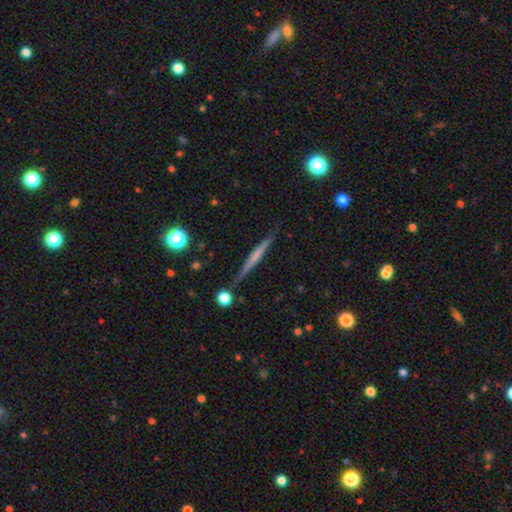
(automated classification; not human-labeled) This appears to be a featured or disk galaxy (56%) viewed edge-on (97%) with no central bulge (73%). Merging: none (85%).